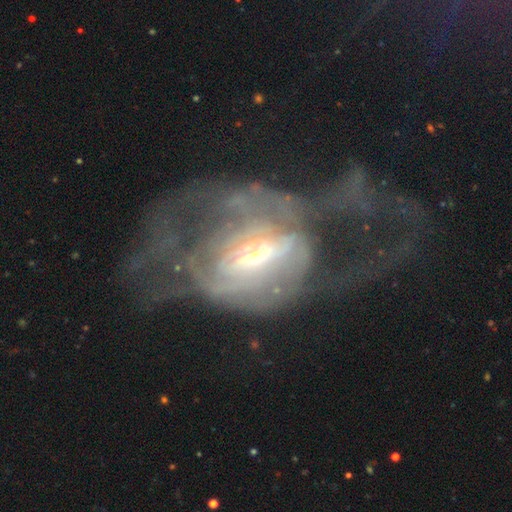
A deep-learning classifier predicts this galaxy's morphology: Smooth or featured?
  - featured or disk: 77% *
  - smooth: 14%
  - star or artifact: 9%
Edge-on disk?
  - no: 93% *
  - yes: 7%
Bar?
  - no: 36% * (tied)
  - weak: 36% * (tied)
  - strong: 29%
Spiral arms?
  - yes: 66% *
  - no: 34%
Bulge size?
  - small: 67% *
  - moderate: 24%
  - large: 4%
  - none: 3%
  - dominant: 2%
Merging?
  - major disturbance: 58% *
  - none: 22%
  - minor disturbance: 12%
  - merger: 8%